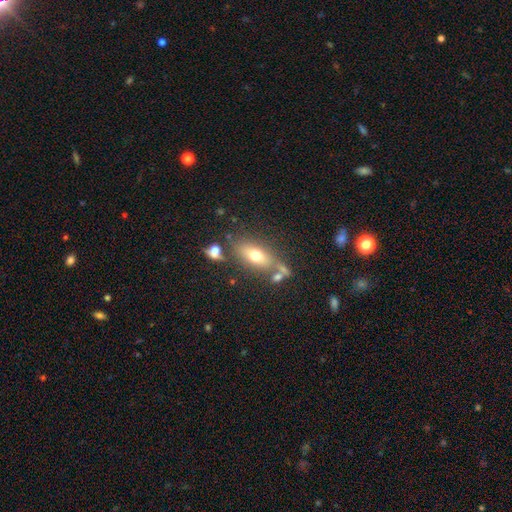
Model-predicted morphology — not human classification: type=smooth (65%); roundness=in between (76%); merging=none (64%).